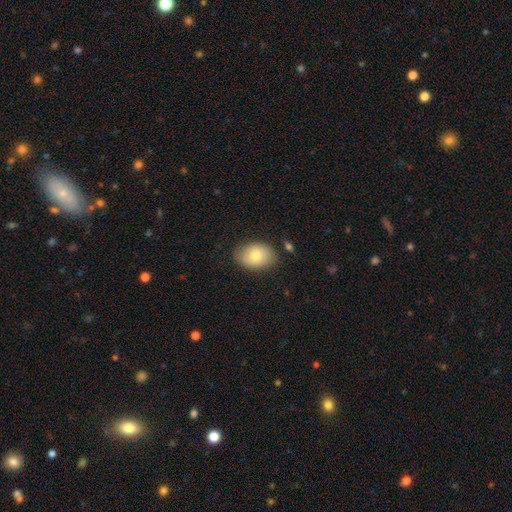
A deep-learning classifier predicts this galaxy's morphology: Q: Smooth or featured?
A: smooth (77%); runner-up: featured or disk (17%)
Q: How rounded?
A: in between (81%); runner-up: round (18%)
Q: Merging?
A: none (80%); runner-up: minor disturbance (14%)